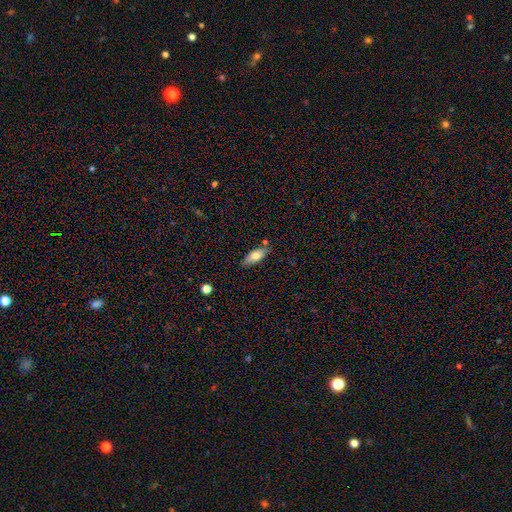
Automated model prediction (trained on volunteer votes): A smooth galaxy with no disk features (74%) that is in between round and cigar-shaped (79%). Merging: none (77%).